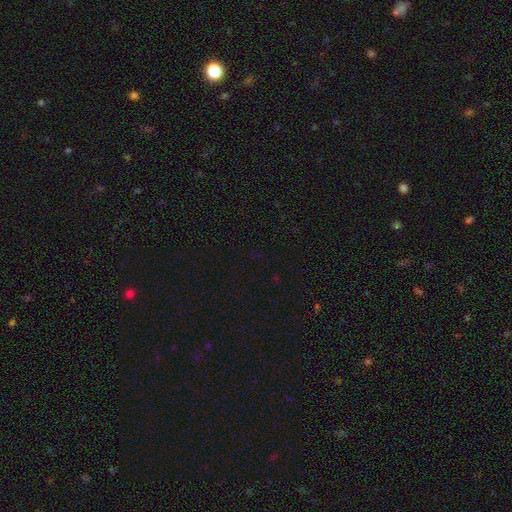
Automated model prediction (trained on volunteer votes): This appears to be a star or artifact, not a galaxy (71%).